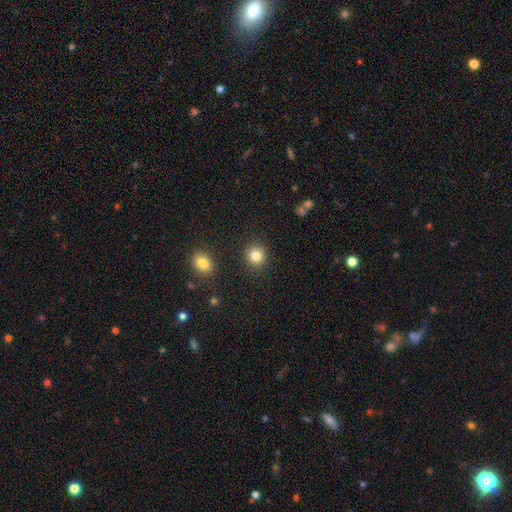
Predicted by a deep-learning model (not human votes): A smooth galaxy with no disk features (84%) that is round (86%). Merging: none (89%).